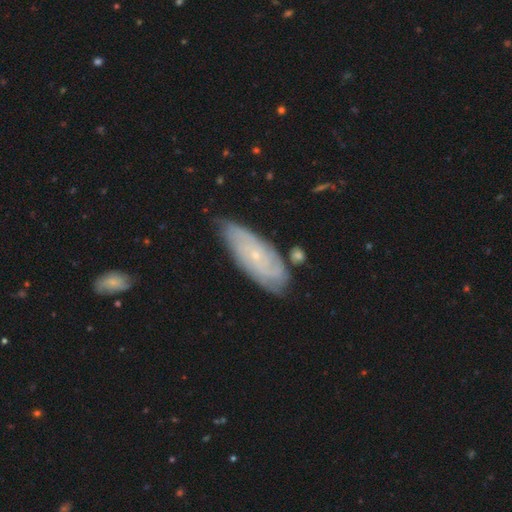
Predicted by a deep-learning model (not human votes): Smooth or featured? Predicted: featured or disk (p=0.71). Edge-on disk? Predicted: no (p=0.89). Bar? Predicted: no (p=0.79). Spiral arms? Predicted: yes (p=0.88). Spiral winding? Predicted: tight (p=0.68). Spiral arm count? Predicted: can't tell (p=0.49). Bulge size? Predicted: small (p=0.83). Merging? Predicted: none (p=0.73).